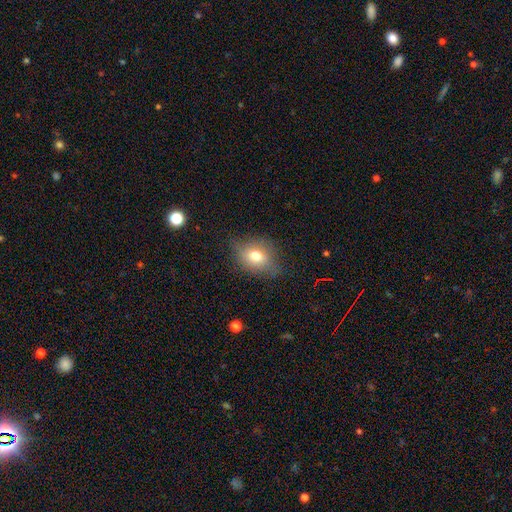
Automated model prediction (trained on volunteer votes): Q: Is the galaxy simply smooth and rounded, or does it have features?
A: smooth — 68%.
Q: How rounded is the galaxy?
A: in between — 57%.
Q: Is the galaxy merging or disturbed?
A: none — 70%.